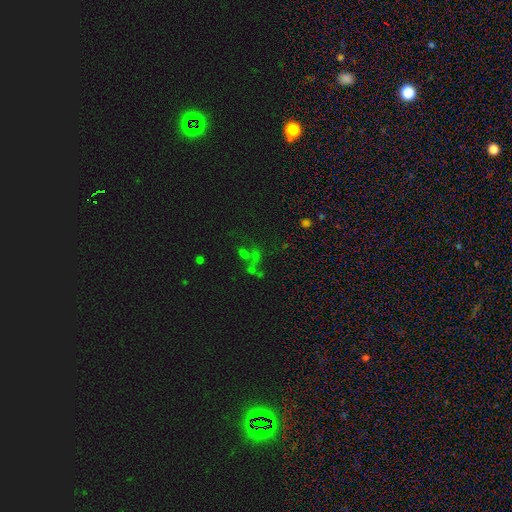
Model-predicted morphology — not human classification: Smooth or featured: star or artifact — 47% (smooth — 29%)